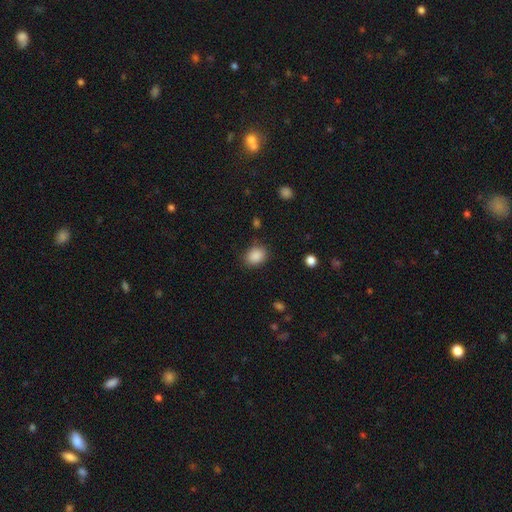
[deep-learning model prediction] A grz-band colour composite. It shows a smooth galaxy with no disk features (88%) that is in between round and cigar-shaped (53%). Merging: none (82%).